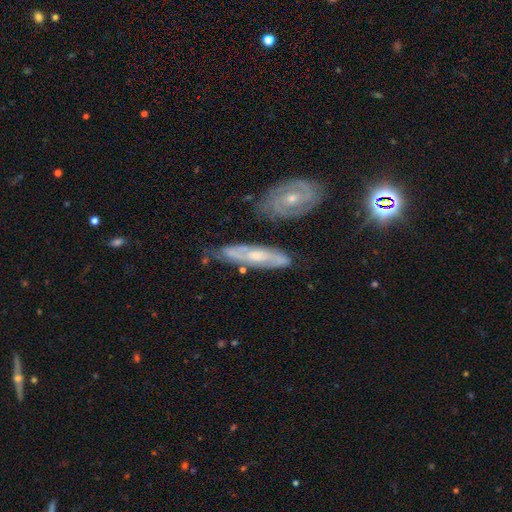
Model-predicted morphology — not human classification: smooth_or_featured: featured or disk (p=0.72) [alt: smooth p=0.20]
disk_edge_on: no (p=0.72) [alt: yes p=0.28]
bar: no (p=0.55) [alt: weak p=0.34]
has_spiral_arms: yes (p=0.83) [alt: no p=0.17]
bulge_size: small (p=0.48) [alt: moderate p=0.42]
merging: none (p=0.68) [alt: minor disturbance p=0.19]